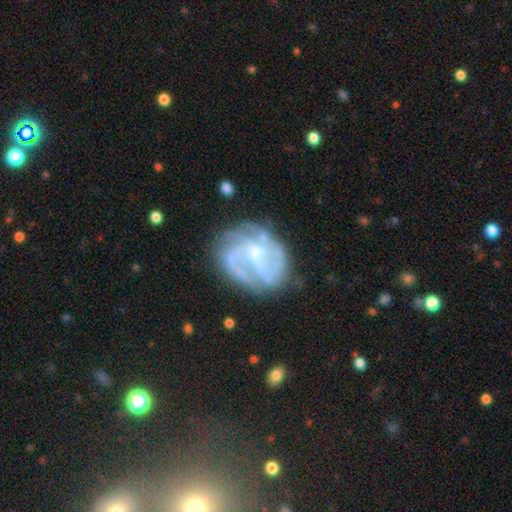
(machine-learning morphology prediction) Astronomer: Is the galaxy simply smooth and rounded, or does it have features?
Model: featured or disk — 81%.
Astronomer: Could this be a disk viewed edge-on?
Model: no — 98%.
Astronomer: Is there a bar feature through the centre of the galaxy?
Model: no — 52% (runner-up: weak, 39%).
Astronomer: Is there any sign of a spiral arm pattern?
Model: yes — 87%.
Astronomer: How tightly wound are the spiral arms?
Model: tight — 44% (runner-up: medium, 41%).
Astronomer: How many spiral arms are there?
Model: can't tell — 30% (runner-up: 3, 26%).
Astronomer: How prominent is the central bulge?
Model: small — 45% (runner-up: moderate, 39%).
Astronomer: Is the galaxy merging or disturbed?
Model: none — 64%.